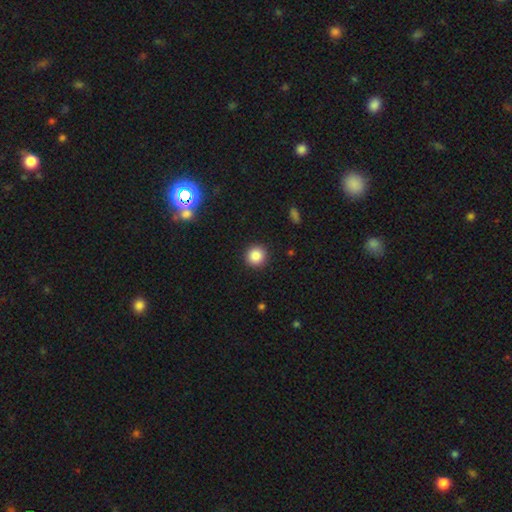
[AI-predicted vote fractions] Smooth or featured? smooth (85%)
How rounded? round (93%)
Merging? none (92%)